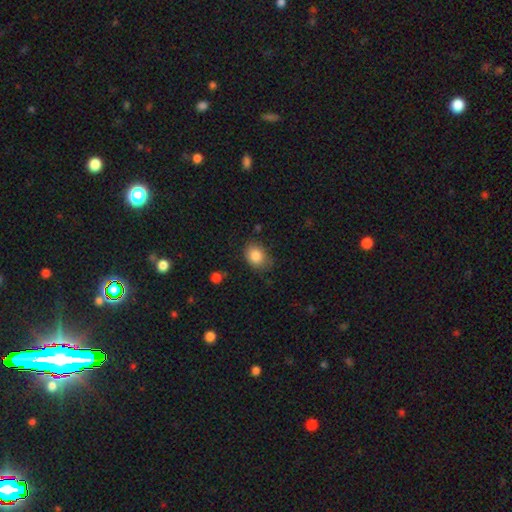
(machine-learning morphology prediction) Smooth or featured? smooth (86%)
How rounded? in between (56%)
Merging? none (71%)